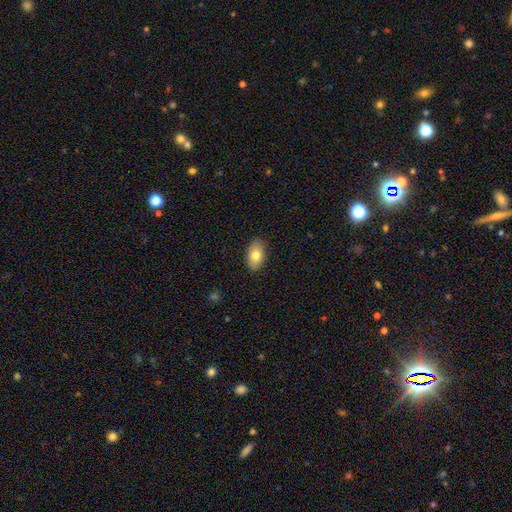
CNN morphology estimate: This is likely a smooth galaxy (77%). How rounded: clearly in between (92%). Merging: clearly none (86%).